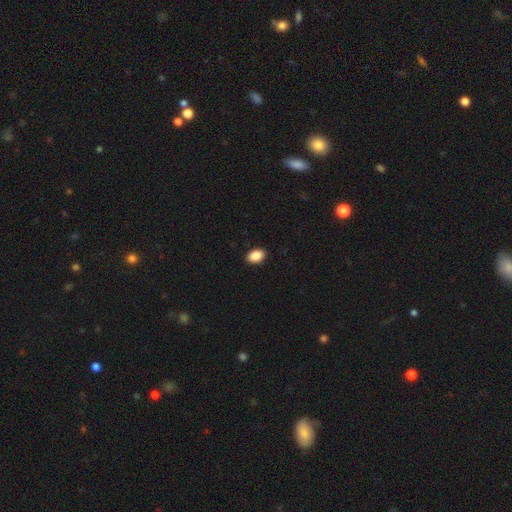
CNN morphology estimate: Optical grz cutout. It shows a smooth galaxy with no disk features (89%) that is in between round and cigar-shaped (90%). Merging: none (91%).